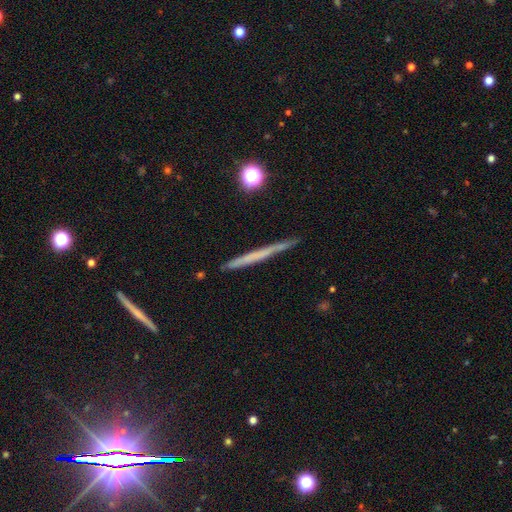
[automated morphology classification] smooth-or-featured: featured or disk: 49% | smooth: 43% | star or artifact: 8%
  merging: none: 88% | minor disturbance: 9% | major disturbance: 2% | merger: 1%